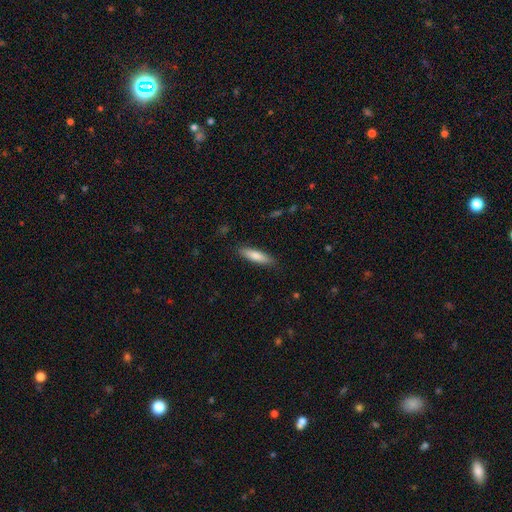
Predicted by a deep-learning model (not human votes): This appears to be a smooth galaxy with no disk features (79%) that is cigar-shaped (74%). Merging: none (88%).